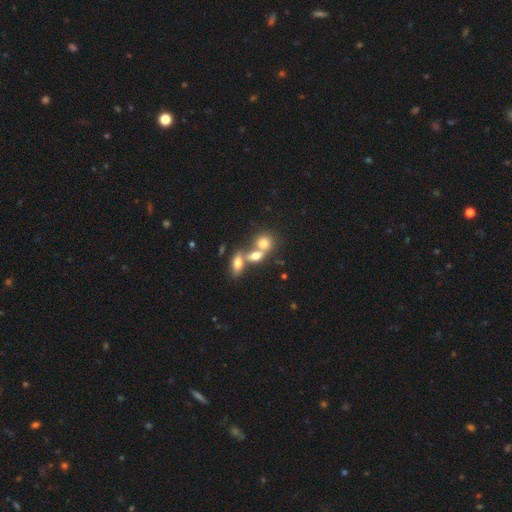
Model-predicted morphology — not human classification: This appears to be a smooth galaxy with no disk features (71%) that is in between round and cigar-shaped (58%). Merging: merger (60%).